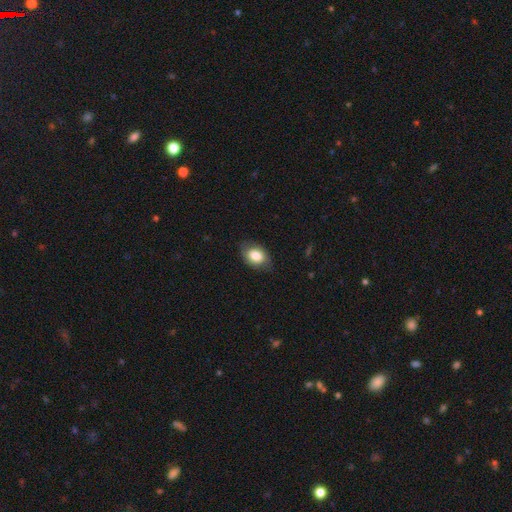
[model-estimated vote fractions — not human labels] A smooth galaxy with no disk features (78%) that is in between round and cigar-shaped (81%). Merging: none (77%).